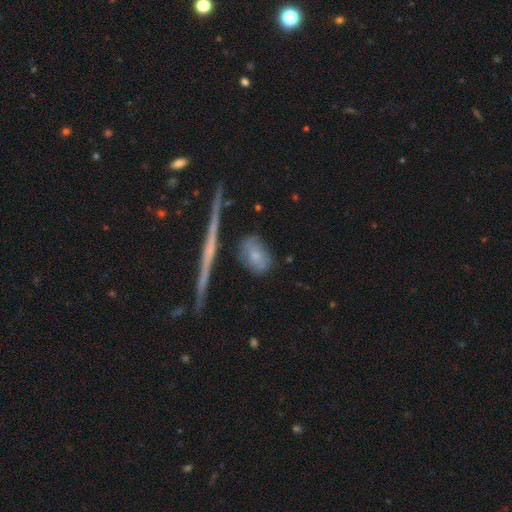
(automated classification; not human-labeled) Smooth or featured? smooth (66%)
How rounded? in between (72%)
Merging? none (70%)